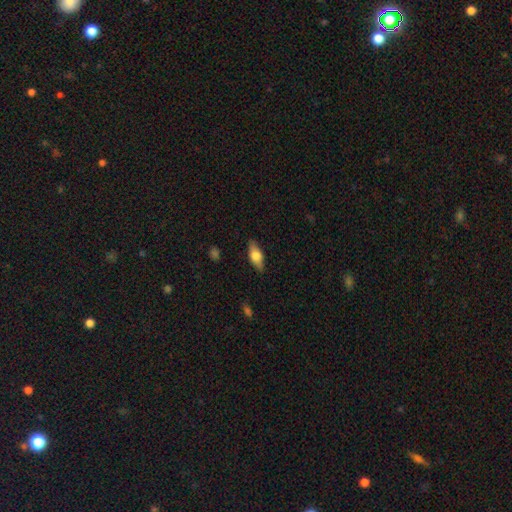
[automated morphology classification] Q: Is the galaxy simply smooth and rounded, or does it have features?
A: smooth — 60%.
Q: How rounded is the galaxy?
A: in between — 75%.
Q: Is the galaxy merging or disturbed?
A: none — 86%.